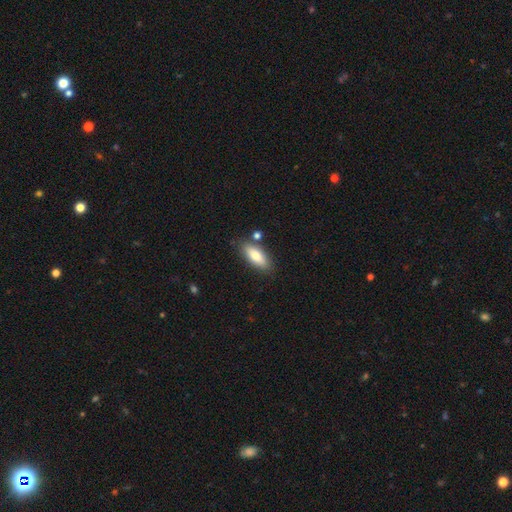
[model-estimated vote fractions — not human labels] Overall: smooth (79%). How rounded: in between (76%). Merging: none (80%).